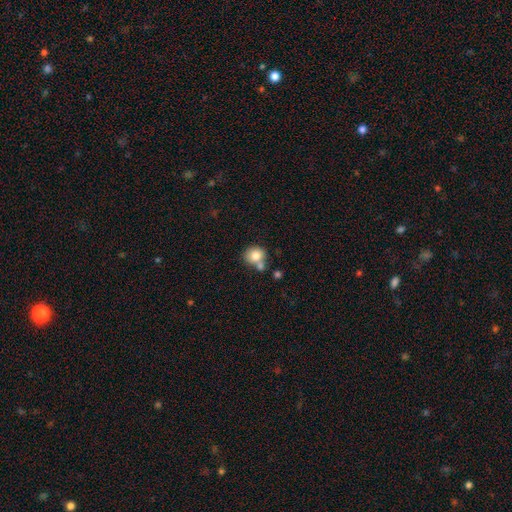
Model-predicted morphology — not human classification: The model was most divided on "merging": none: 51%, merger: 31%, minor disturbance: 14%, major disturbance: 4%. More confident: smooth or featured — smooth (79%); how rounded — round (75%).